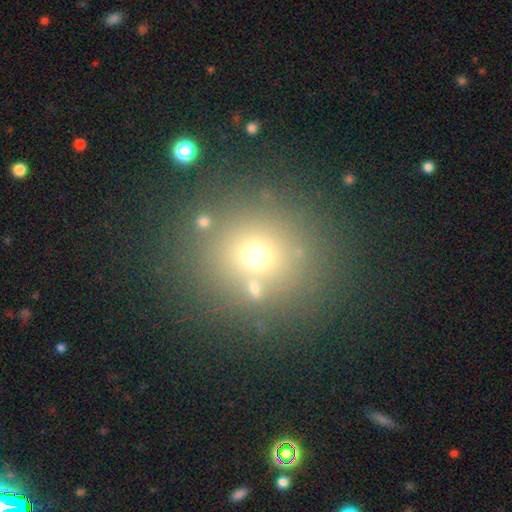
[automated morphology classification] Smooth or featured?
  - smooth: 64% *
  - star or artifact: 24%
  - featured or disk: 12%
How rounded?
  - round: 84% *
  - in between: 15%
  - cigar-shaped: 1%
Merging?
  - none: 76% *
  - minor disturbance: 10%
  - merger: 9%
  - major disturbance: 6%